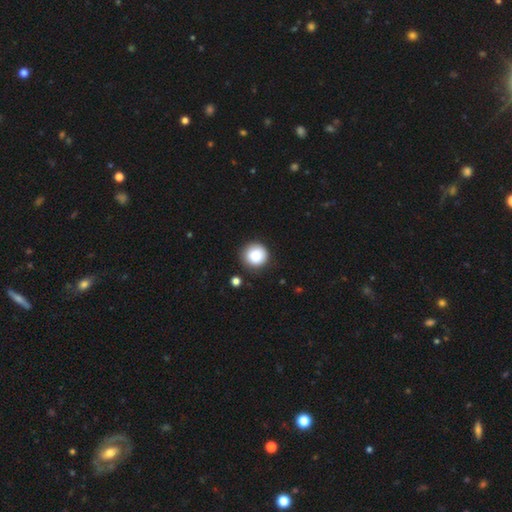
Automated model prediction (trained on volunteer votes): smooth-or-featured: smooth: 84% | star or artifact: 9% | featured or disk: 7%
  how-rounded: round: 95% | in between: 4% | cigar-shaped: 1%
  merging: none: 87% | minor disturbance: 9% | major disturbance: 2% | merger: 2%